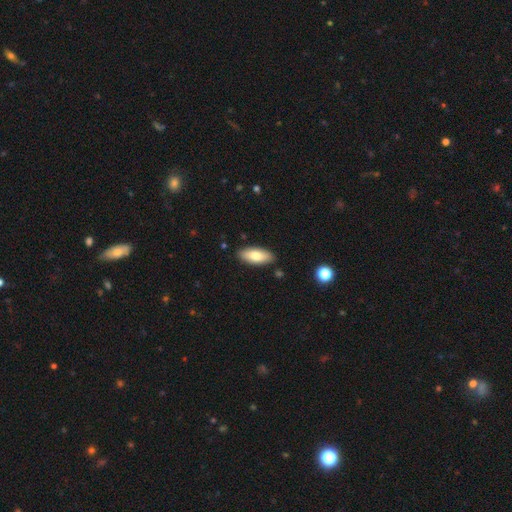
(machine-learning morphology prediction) Smooth or featured?
  - smooth: 78% *
  - featured or disk: 15%
  - star or artifact: 6%
How rounded?
  - in between: 81% *
  - cigar-shaped: 17%
  - round: 2%
Merging?
  - none: 87% *
  - minor disturbance: 9%
  - major disturbance: 2%
  - merger: 2%